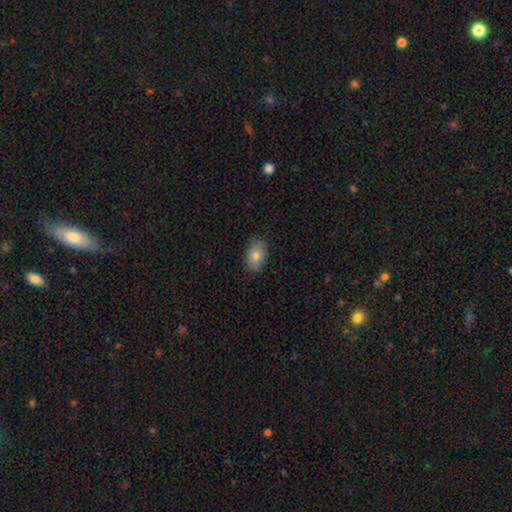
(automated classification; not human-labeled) Smooth or featured: smooth — 80% (featured or disk — 12%)
How rounded: in between — 86% (round — 13%)
Merging: none — 86% (minor disturbance — 11%)